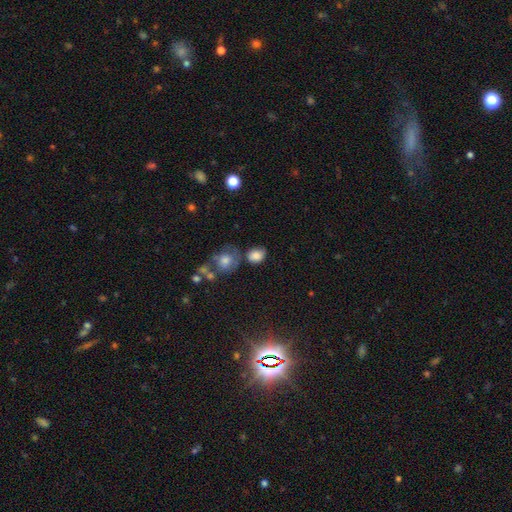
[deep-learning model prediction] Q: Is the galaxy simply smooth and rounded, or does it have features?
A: smooth — 81%.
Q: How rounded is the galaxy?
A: in between — 57%.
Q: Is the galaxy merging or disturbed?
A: none — 54%.